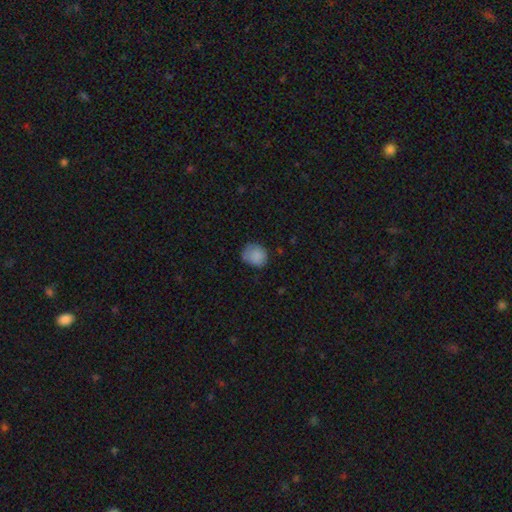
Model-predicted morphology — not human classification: smooth 85%, star or artifact 8%, featured or disk 6%. Down the decision tree: how rounded — round (72%); merging — none (66%).